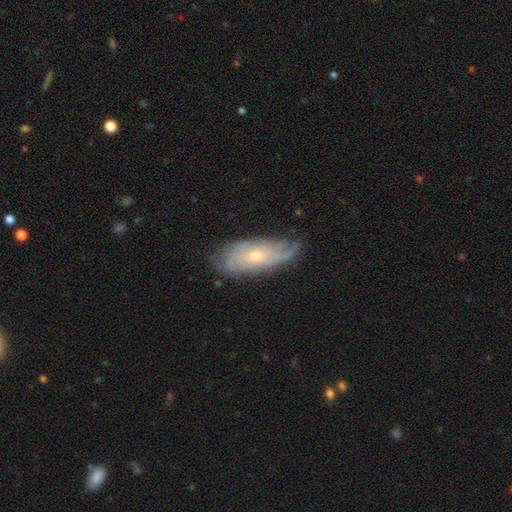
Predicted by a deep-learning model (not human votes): Smooth or featured? Predicted: featured or disk (p=0.61). Edge-on disk? Predicted: no (p=0.83). Bar? Predicted: no (p=0.78). Spiral arms? Predicted: yes (p=0.78). Bulge size? Predicted: small (p=0.51). Merging? Predicted: none (p=0.62).